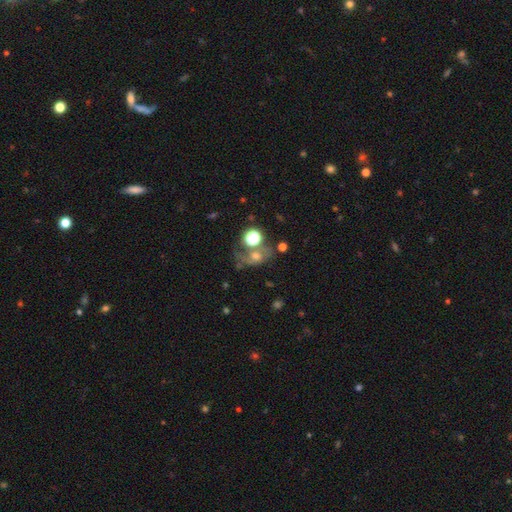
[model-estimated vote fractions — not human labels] smooth-or-featured: featured or disk: 36% | smooth: 35% | star or artifact: 29%
  merging: none: 44% | major disturbance: 20% | merger: 20% | minor disturbance: 17%